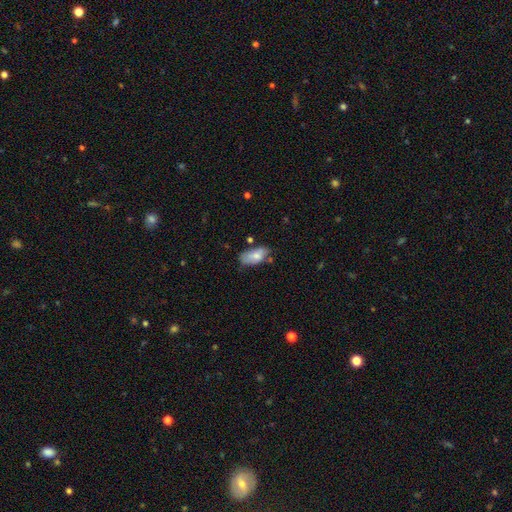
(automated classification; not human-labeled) The model was most divided on "merging": none: 53%, minor disturbance: 31%, major disturbance: 8%, merger: 8%. More confident: how rounded — in between (91%); smooth or featured — smooth (71%).